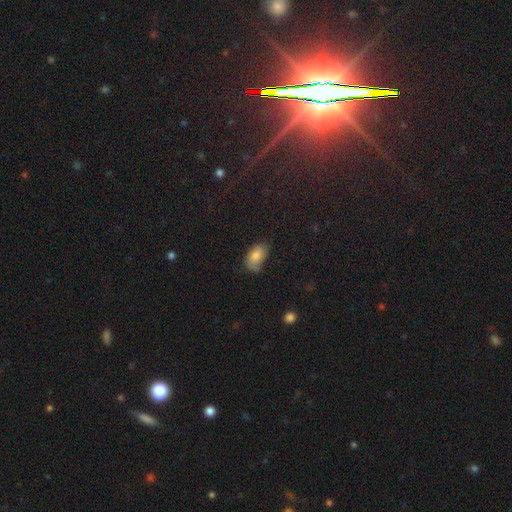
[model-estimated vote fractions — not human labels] This appears to be a smooth galaxy with no disk features (82%) that is in between round and cigar-shaped (91%). Merging: none (51%).